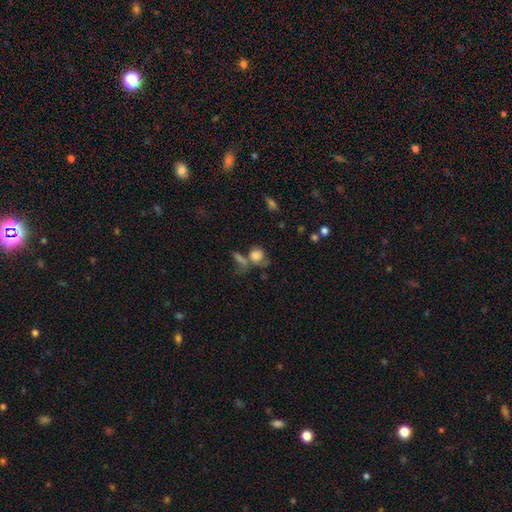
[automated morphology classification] Q: Smooth or featured?
A: smooth (75%); runner-up: featured or disk (13%)
Q: How rounded?
A: round (67%); runner-up: in between (30%)
Q: Merging?
A: none (36%); runner-up: merger (35%)